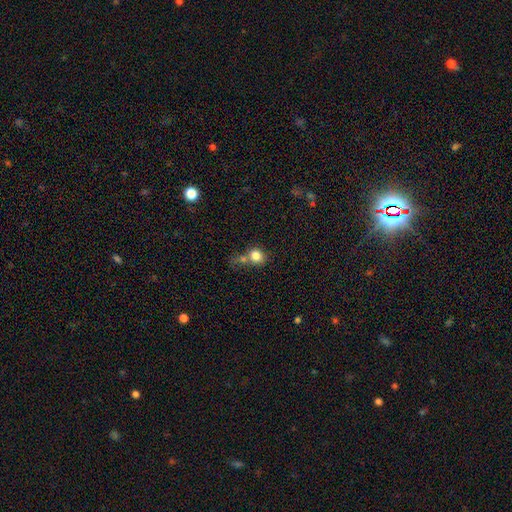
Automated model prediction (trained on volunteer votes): Smooth or featured? smooth (80%)
How rounded? round (79%)
Merging? none (42%)